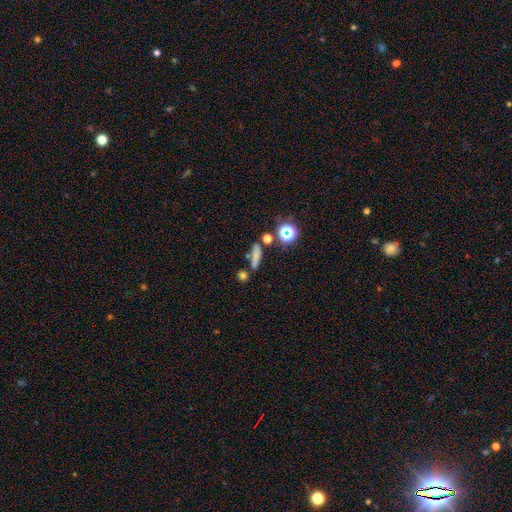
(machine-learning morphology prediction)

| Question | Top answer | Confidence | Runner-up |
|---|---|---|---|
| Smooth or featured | smooth | 68% | star or artifact (19%) |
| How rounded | cigar-shaped | 63% | in between (24%) |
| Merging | none | 67% | minor disturbance (14%) |